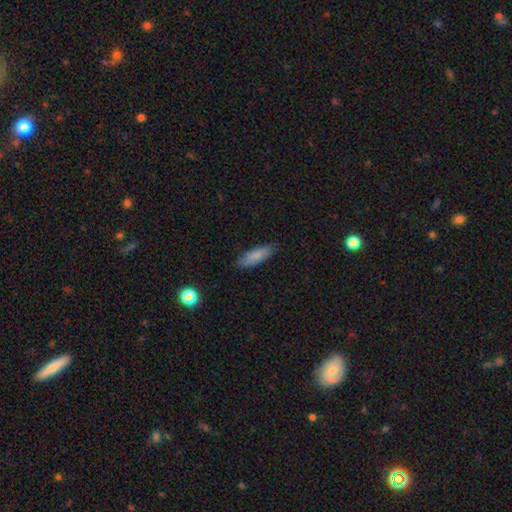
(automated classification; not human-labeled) Smooth or featured: smooth — 82% (featured or disk — 11%)
How rounded: in between — 52% (cigar-shaped — 46%)
Merging: none — 83% (minor disturbance — 14%)